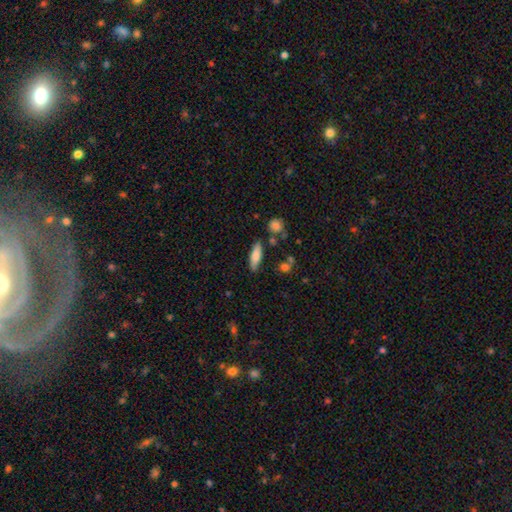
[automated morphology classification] A smooth galaxy with no disk features (77%) that is in between round and cigar-shaped (49%, tied with cigar-shaped). Merging: none (80%).